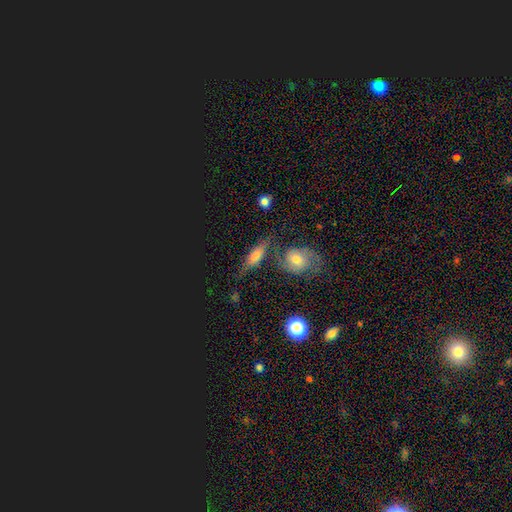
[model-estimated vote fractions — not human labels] A smooth galaxy with no disk features (54%) that is in between round and cigar-shaped (61%).

Vote fractions:
- Smooth or featured? smooth: 54% / featured or disk: 33% / star or artifact: 13%
- How rounded? in between: 61% / cigar-shaped: 31% / round: 8%
- Merging? none: 58% / minor disturbance: 19% / merger: 15% / major disturbance: 9%